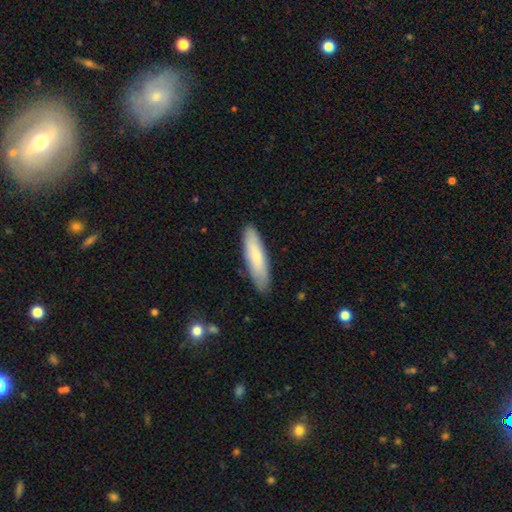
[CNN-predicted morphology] This appears to be a smooth galaxy with no disk features (74%) that is cigar-shaped (71%). Merging: none (85%).